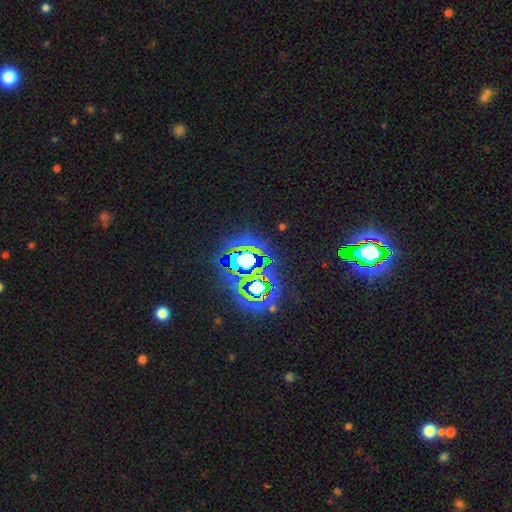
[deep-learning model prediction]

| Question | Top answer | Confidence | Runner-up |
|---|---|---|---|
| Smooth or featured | star or artifact | 81% | smooth (11%) |